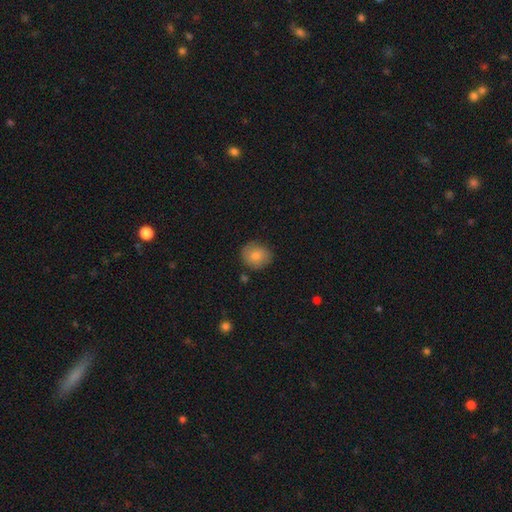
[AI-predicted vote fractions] Q: Smooth or featured?
A: smooth (79%); runner-up: featured or disk (13%)
Q: How rounded?
A: round (80%); runner-up: in between (19%)
Q: Merging?
A: none (79%); runner-up: minor disturbance (15%)